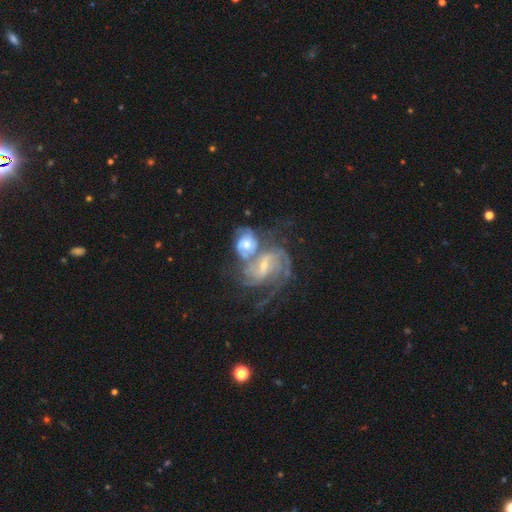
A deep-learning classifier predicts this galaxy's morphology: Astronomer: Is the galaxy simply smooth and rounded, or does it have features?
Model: featured or disk — 85%.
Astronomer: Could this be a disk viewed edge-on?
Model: no — 97%.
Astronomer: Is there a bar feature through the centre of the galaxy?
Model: weak — 47% (runner-up: no, 31%).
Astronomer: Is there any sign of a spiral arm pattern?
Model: yes — 95%.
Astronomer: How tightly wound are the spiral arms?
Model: medium — 49% (runner-up: tight, 35%).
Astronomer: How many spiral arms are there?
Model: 2 — 51%.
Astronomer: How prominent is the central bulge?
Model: small — 60%.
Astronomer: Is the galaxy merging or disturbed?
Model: merger — 58%.